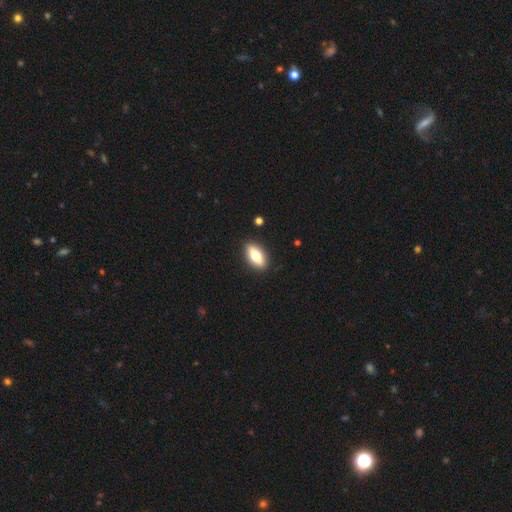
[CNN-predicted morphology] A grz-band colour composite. It shows a smooth galaxy with no disk features (71%) that is in between round and cigar-shaped (84%). Merging: none (89%).